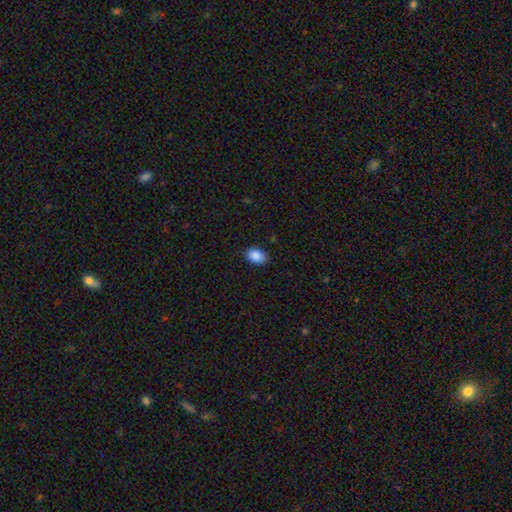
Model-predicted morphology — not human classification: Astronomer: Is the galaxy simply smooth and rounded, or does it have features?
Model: smooth — 89%.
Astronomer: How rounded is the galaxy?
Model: in between — 85%.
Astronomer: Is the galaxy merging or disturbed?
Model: none — 84%.